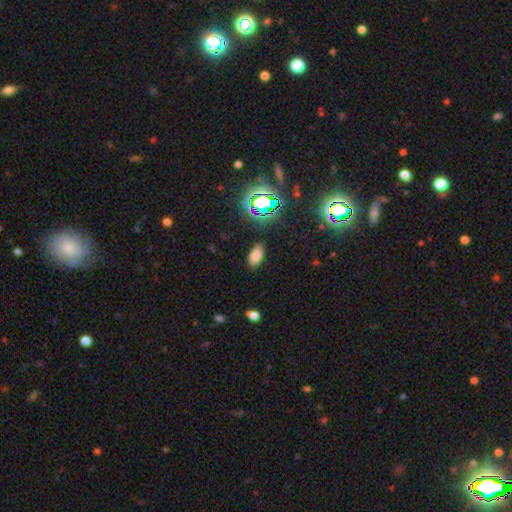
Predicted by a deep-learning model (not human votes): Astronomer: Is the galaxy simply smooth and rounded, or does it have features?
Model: smooth — 73%.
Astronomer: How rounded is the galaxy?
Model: in between — 91%.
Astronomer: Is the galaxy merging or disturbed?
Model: none — 85%.